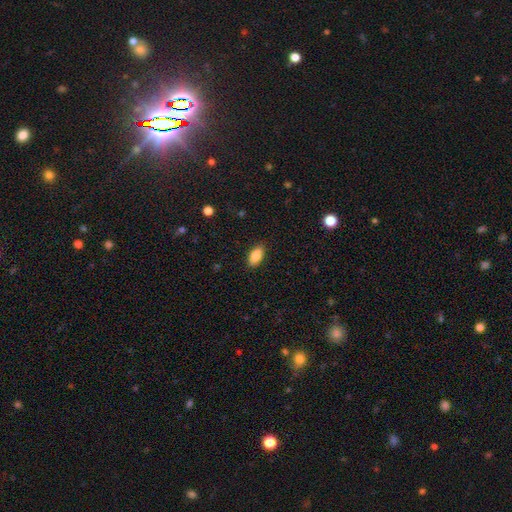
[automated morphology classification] A smooth galaxy with no disk features (86%) that is in between round and cigar-shaped (89%). Merging: none (88%).